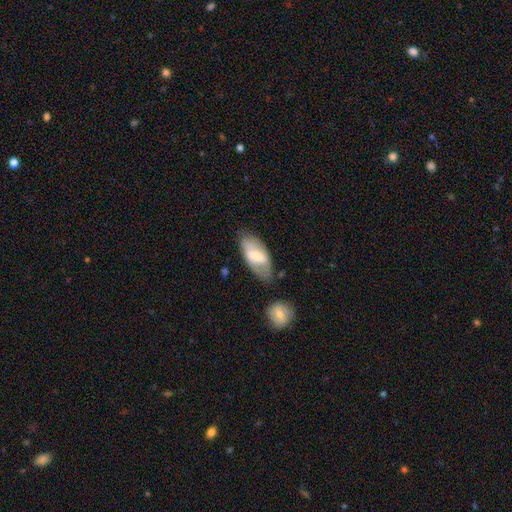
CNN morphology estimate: smooth-or-featured: smooth: 51% | featured or disk: 43% | star or artifact: 6%
  how-rounded: in between: 89% | cigar-shaped: 8% | round: 3%
  merging: none: 66% | minor disturbance: 21% | major disturbance: 7% | merger: 6%